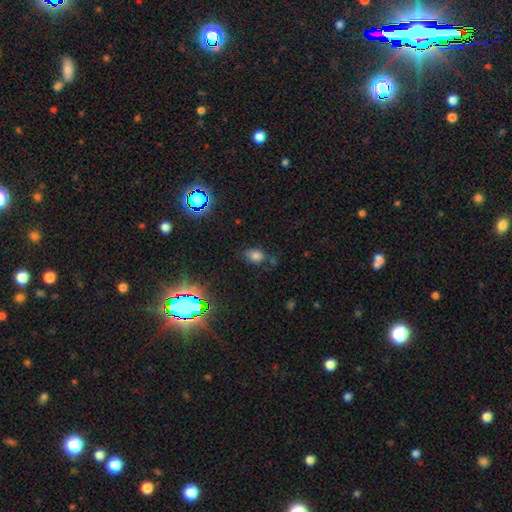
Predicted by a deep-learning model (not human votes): A smooth galaxy with no disk features (70%) that is in between round and cigar-shaped (72%).

Vote fractions:
- Smooth or featured? smooth: 70% / star or artifact: 22% / featured or disk: 8%
- How rounded? in between: 72% / round: 27% / cigar-shaped: 2%
- Merging? none: 67% / minor disturbance: 21% / major disturbance: 6% / merger: 6%